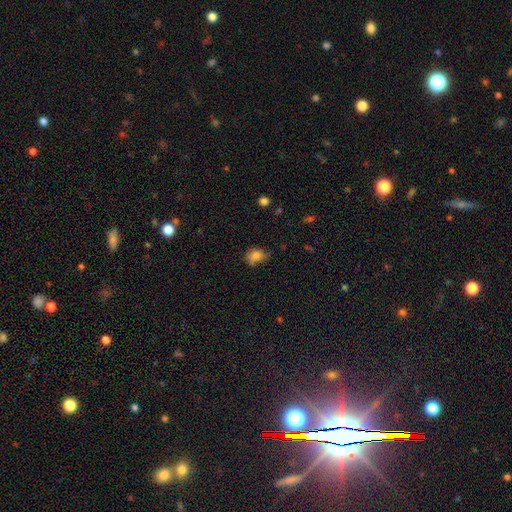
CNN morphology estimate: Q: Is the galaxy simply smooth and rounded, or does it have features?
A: smooth — 79%.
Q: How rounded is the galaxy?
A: in between — 59%.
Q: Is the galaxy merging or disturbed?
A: none — 50%.